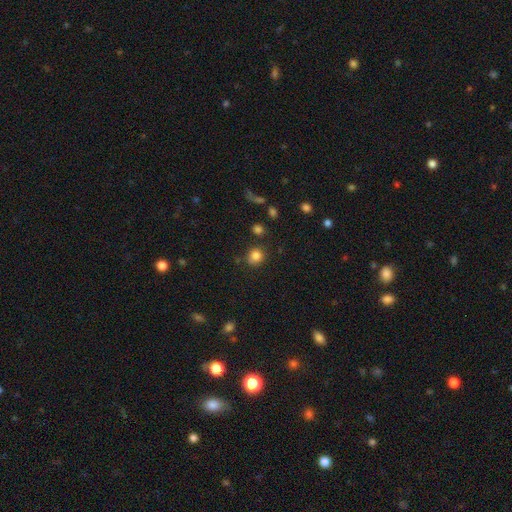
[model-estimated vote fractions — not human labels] A smooth galaxy with no disk features (82%) that is round (82%). Merging: none (80%).